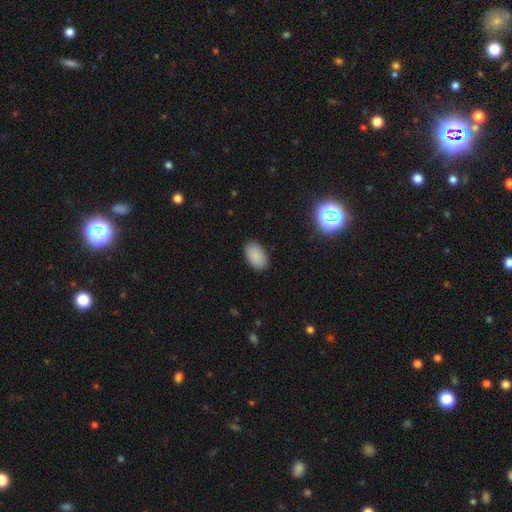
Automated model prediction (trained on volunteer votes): Q: Smooth or featured?
A: smooth (88%); runner-up: star or artifact (8%)
Q: How rounded?
A: in between (93%); runner-up: round (6%)
Q: Merging?
A: none (89%); runner-up: minor disturbance (8%)